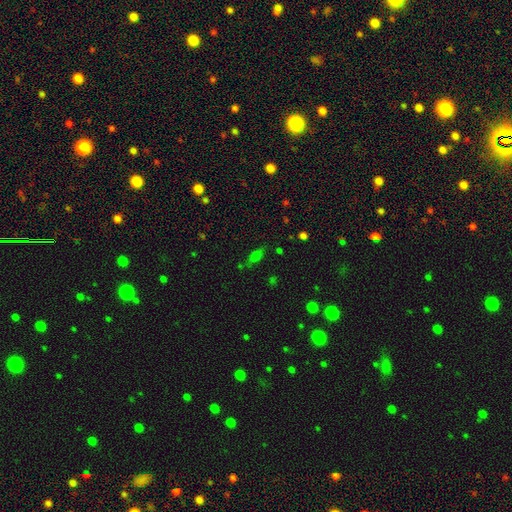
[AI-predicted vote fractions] Smooth or featured? smooth (57%)
How rounded? in between (68%)
Merging? none (73%)